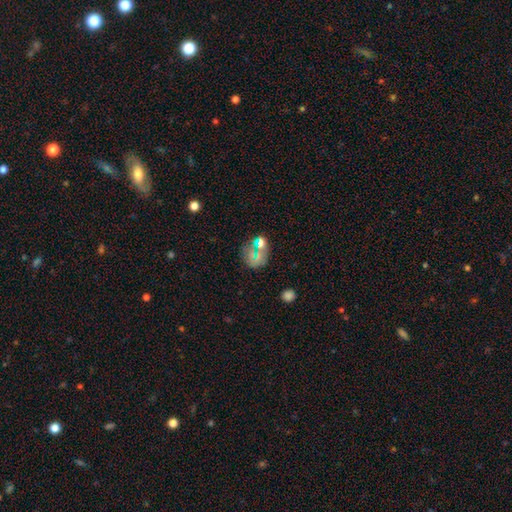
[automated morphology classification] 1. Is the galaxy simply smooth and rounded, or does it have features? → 58% smooth, 30% star or artifact, 13% featured or disk.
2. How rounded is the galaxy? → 81% round, 18% in between, 2% cigar-shaped.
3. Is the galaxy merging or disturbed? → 76% none, 12% minor disturbance, 7% merger, 5% major disturbance.